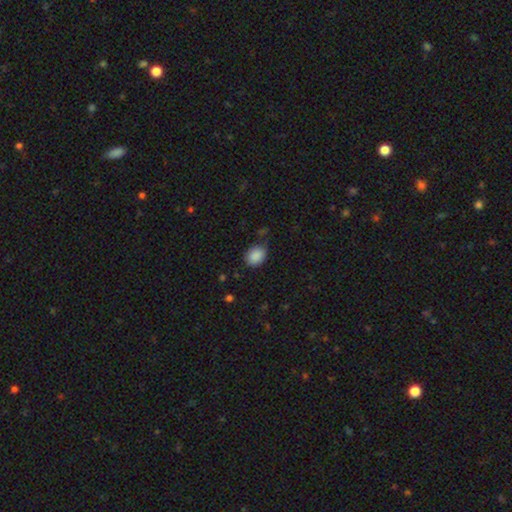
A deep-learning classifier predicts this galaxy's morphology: Overall: smooth (88%). How rounded: in between (58%; round 41%). Merging: none (76%).